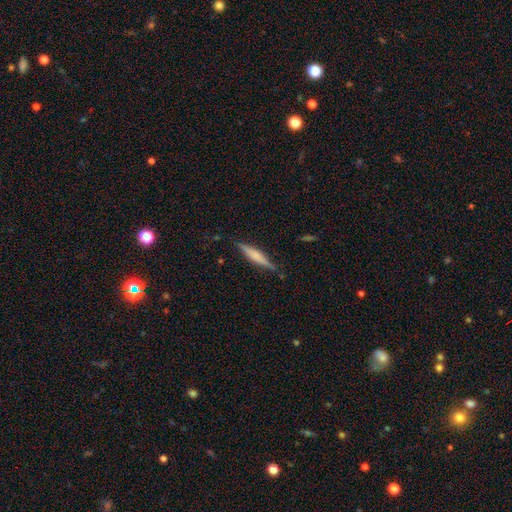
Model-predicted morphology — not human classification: featured or disk 51%, smooth 42%, star or artifact 6%. Down the decision tree: edge-on disk — yes (97%); merging — none (84%).